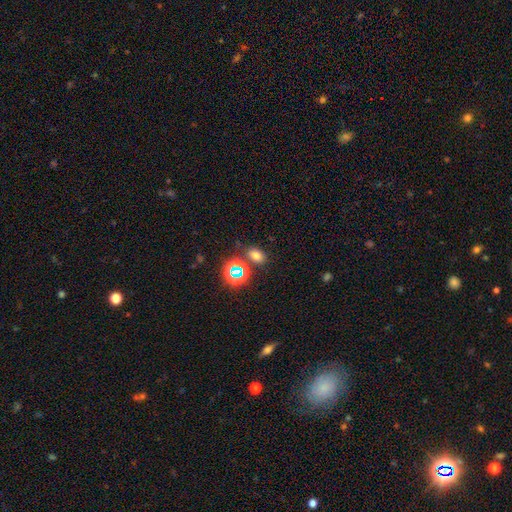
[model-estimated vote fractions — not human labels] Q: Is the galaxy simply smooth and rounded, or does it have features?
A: smooth — 69%.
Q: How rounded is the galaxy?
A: in between — 70%.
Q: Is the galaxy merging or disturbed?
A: none — 77%.